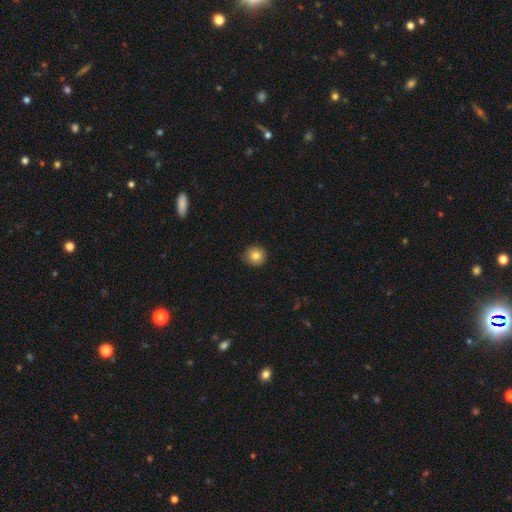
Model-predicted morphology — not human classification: Smooth or featured: smooth — 82% (star or artifact — 10%)
How rounded: round — 91% (in between — 8%)
Merging: none — 89% (minor disturbance — 9%)